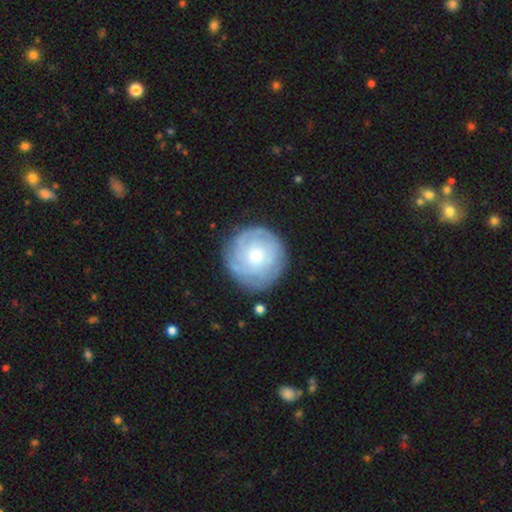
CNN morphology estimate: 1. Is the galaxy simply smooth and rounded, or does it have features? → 60% featured or disk, 34% smooth, 6% star or artifact.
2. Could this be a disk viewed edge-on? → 98% no, 2% yes.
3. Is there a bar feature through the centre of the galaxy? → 83% no, 14% weak, 2% strong.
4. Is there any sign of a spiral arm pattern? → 80% yes, 20% no.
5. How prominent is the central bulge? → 50% moderate, 39% small, 7% large, 2% none, 1% dominant.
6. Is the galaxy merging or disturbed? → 82% none, 12% minor disturbance, 4% major disturbance, 2% merger.